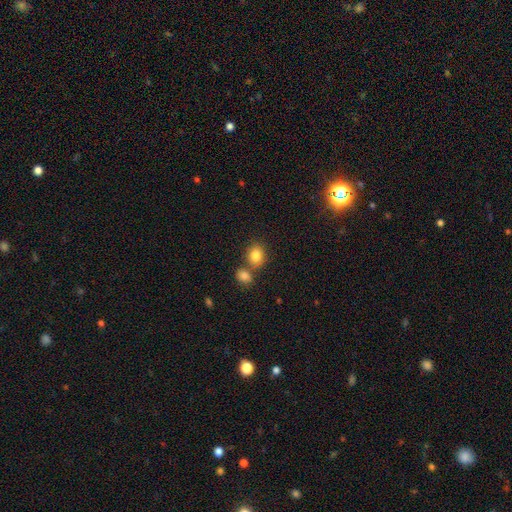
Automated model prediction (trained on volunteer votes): Morphology: type=smooth (84%); roundness=round (56%); merging=none (58%).